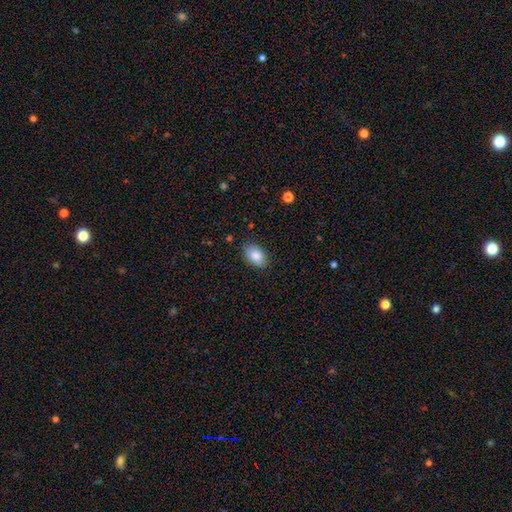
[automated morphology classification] smooth_or_featured: smooth (p=0.83) [alt: featured or disk p=0.10]
how_rounded: in between (p=0.90) [alt: round p=0.09]
merging: none (p=0.83) [alt: minor disturbance p=0.13]